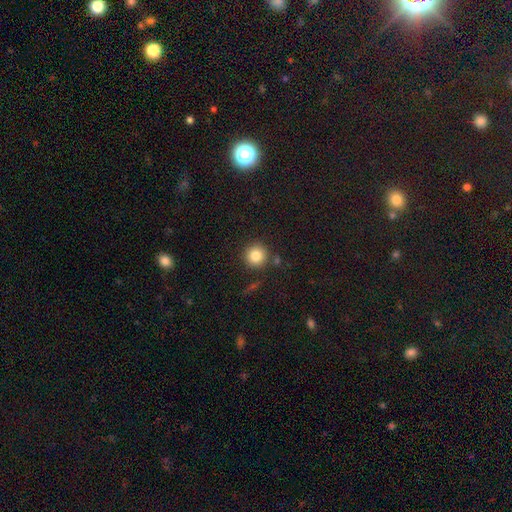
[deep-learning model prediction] Overall: smooth (84%). How rounded: round (94%). Merging: none (85%).